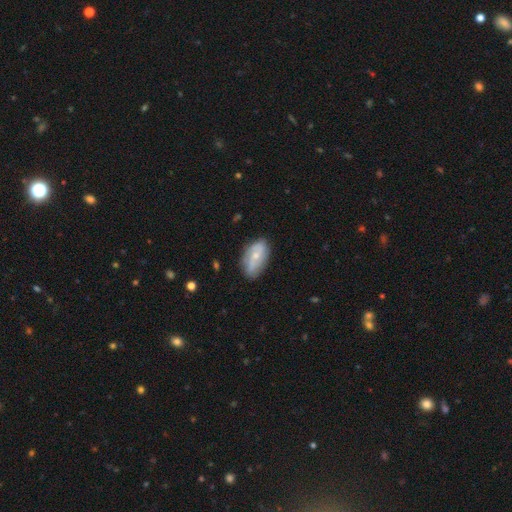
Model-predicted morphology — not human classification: smooth-or-featured: featured or disk: 57% | smooth: 36% | star or artifact: 6%
  disk-edge-on: no: 93% | yes: 7%
    bar: no: 58% | weak: 33% | strong: 9%
    has-spiral-arms: yes: 80% | no: 20%
    bulge-size: small: 55% | moderate: 40% | none: 2% | large: 2% | dominant: 1%
  merging: none: 74% | minor disturbance: 20% | major disturbance: 5% | merger: 2%